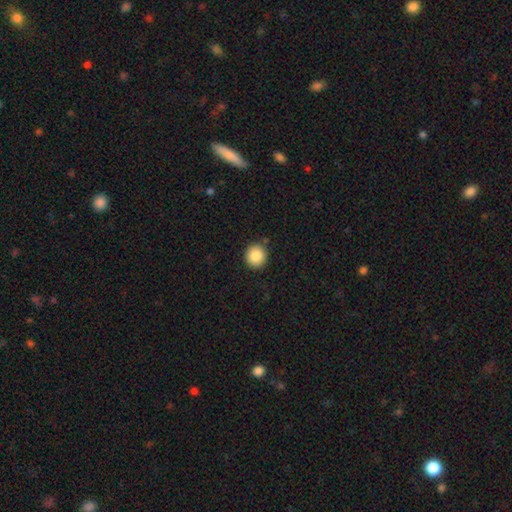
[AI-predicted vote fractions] A smooth galaxy with no disk features (88%) that is round (91%). Merging: none (88%).